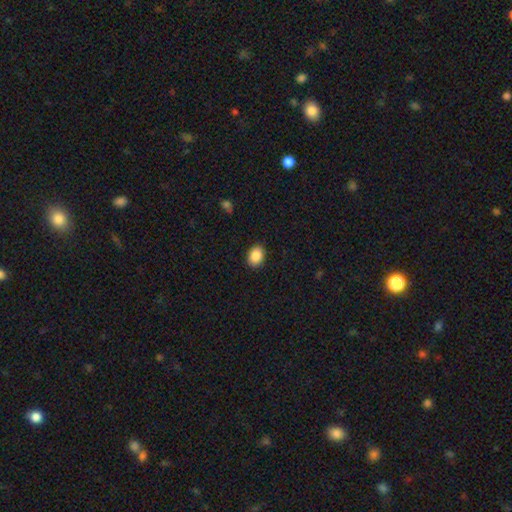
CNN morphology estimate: Smooth or featured? Predicted: smooth (p=0.89). How rounded? Predicted: in between (p=0.72). Merging? Predicted: none (p=0.88).